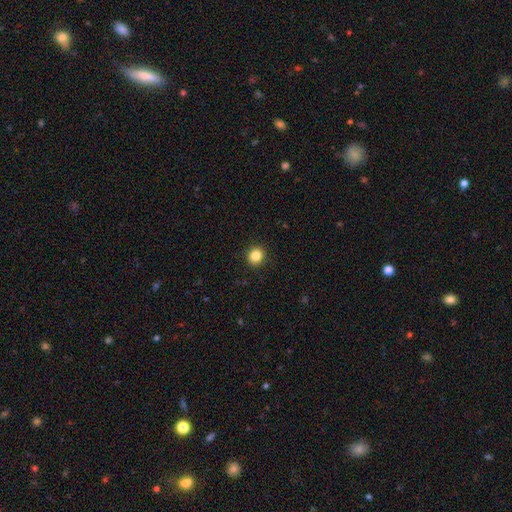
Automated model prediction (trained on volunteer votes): smooth_or_featured: smooth (p=0.85) [alt: star or artifact p=0.11]
how_rounded: round (p=0.92) [alt: in between p=0.08]
merging: none (p=0.93) [alt: minor disturbance p=0.05]